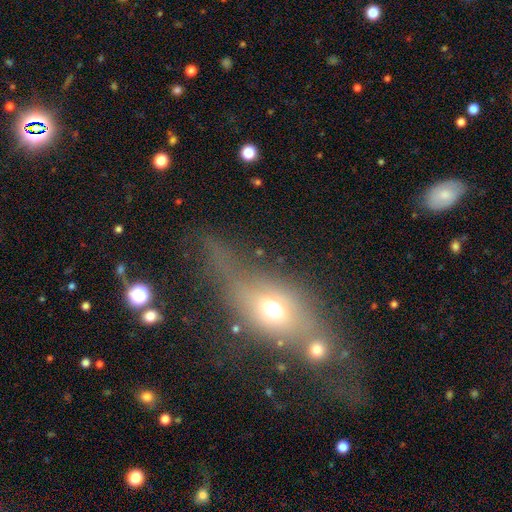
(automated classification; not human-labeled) Morphology: type=featured or disk (40%, tied with smooth); merging=none (44%).